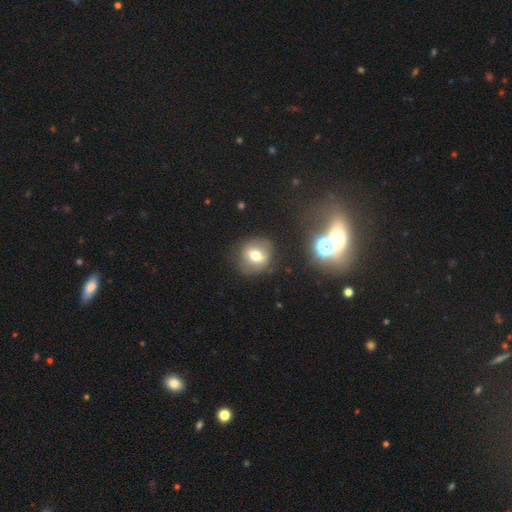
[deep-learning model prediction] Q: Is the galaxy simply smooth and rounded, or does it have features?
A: smooth — 61%.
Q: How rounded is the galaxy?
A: round — 70%.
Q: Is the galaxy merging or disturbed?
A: none — 81%.